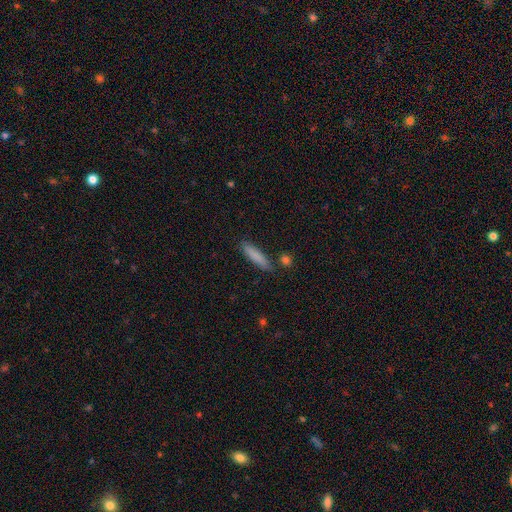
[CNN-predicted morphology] The model was most divided on "how rounded": cigar-shaped: 85%, in between: 14%, round: 1%. More confident: smooth or featured — smooth (83%); merging — none (83%).